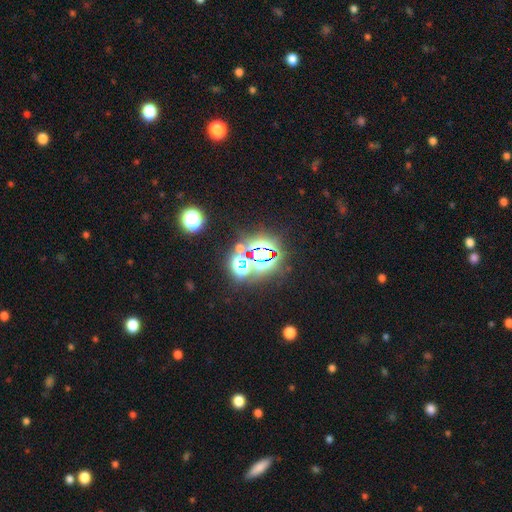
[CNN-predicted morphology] type=star or artifact (75%).